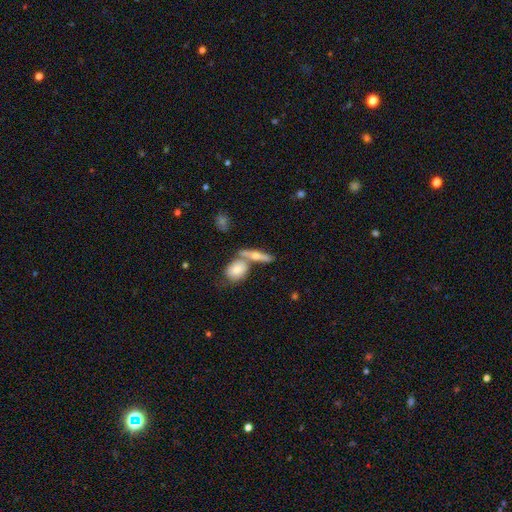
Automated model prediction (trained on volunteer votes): This is possibly a featured or disk galaxy (47%). Merging: possibly none (50%).